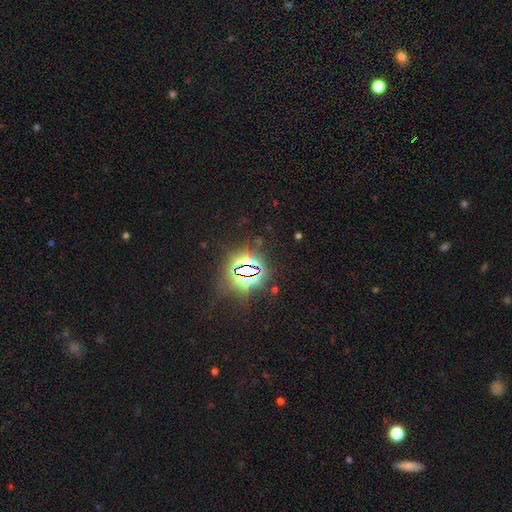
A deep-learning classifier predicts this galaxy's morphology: Q: Smooth or featured?
A: star or artifact (85%); runner-up: smooth (8%)